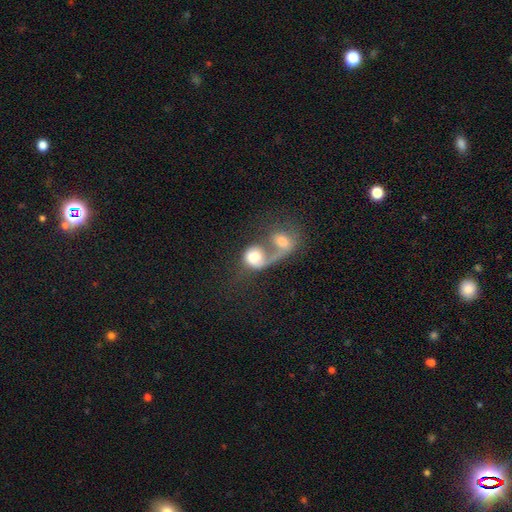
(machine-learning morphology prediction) smooth-or-featured: smooth: 54% | featured or disk: 38% | star or artifact: 8%
  how-rounded: round: 61% | in between: 38% | cigar-shaped: 2%
  merging: merger: 71% | major disturbance: 14% | none: 9% | minor disturbance: 5%